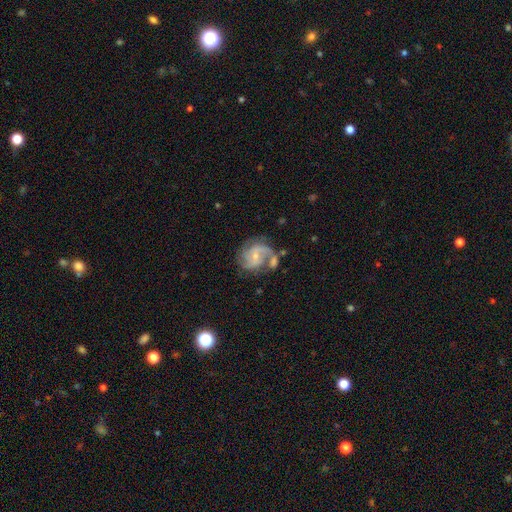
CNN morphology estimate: This appears to be a featured or disk galaxy (83%) with no bar (54%), 2 (43%) medium (51%) spiral arms (96%) and a small central bulge (68%). Merging: none (51%).